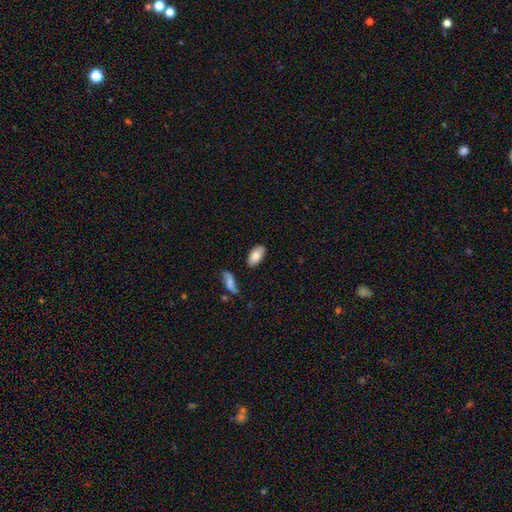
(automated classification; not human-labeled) smooth-or-featured: smooth: 82% | featured or disk: 12% | star or artifact: 6%
  how-rounded: in between: 93% | cigar-shaped: 5% | round: 2%
  merging: none: 81% | minor disturbance: 14% | merger: 3% | major disturbance: 3%